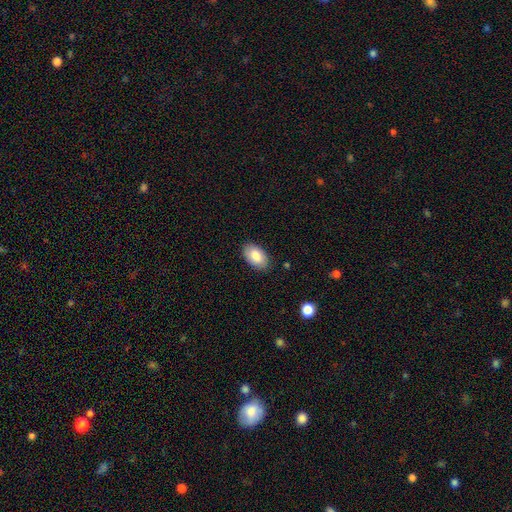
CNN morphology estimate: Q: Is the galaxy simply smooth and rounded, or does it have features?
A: smooth — 85%.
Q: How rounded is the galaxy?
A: in between — 94%.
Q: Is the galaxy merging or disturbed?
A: none — 86%.